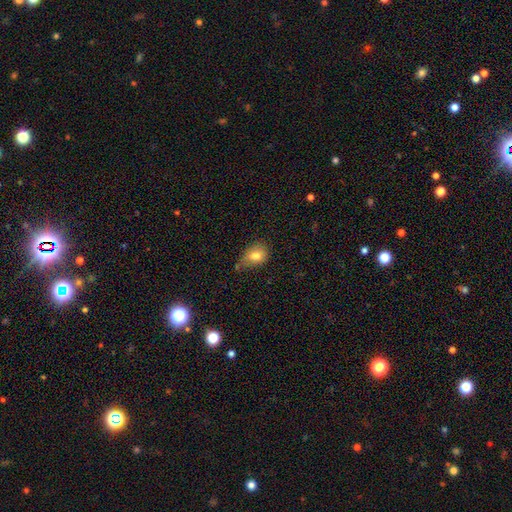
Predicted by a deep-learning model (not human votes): Q: Smooth or featured?
A: smooth (79%); runner-up: featured or disk (11%)
Q: How rounded?
A: in between (71%); runner-up: round (27%)
Q: Merging?
A: none (42%); runner-up: minor disturbance (40%)